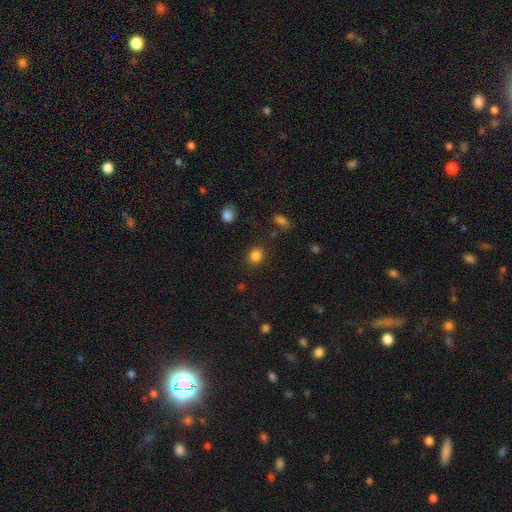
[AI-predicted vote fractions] Smooth or featured? smooth (85%)
How rounded? round (79%)
Merging? none (87%)